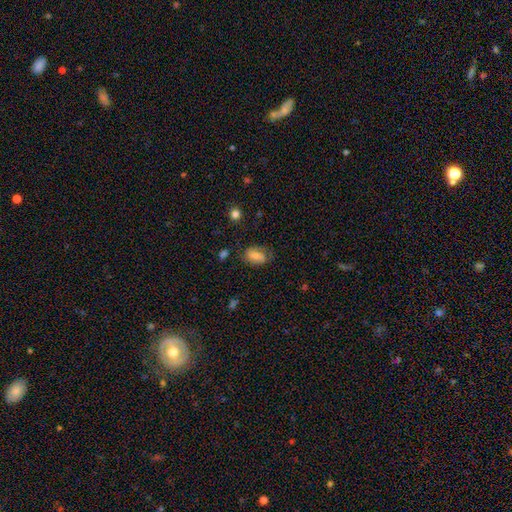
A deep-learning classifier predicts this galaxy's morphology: smooth 68%, featured or disk 23%, star or artifact 9%. Down the decision tree: how rounded — in between (87%); merging — none (66%).